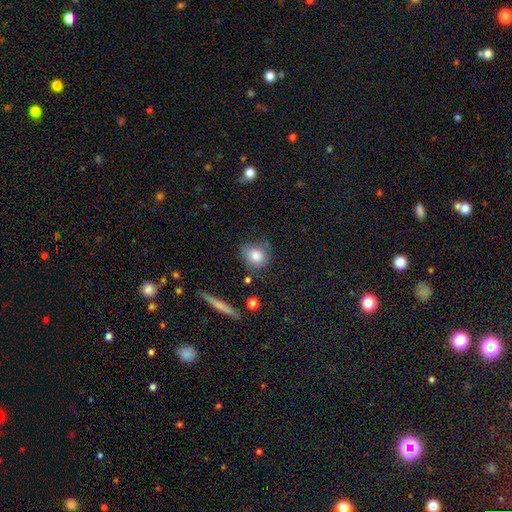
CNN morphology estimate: This is clearly a smooth galaxy (81%). How rounded: likely round (63%). Merging: likely none (64%).